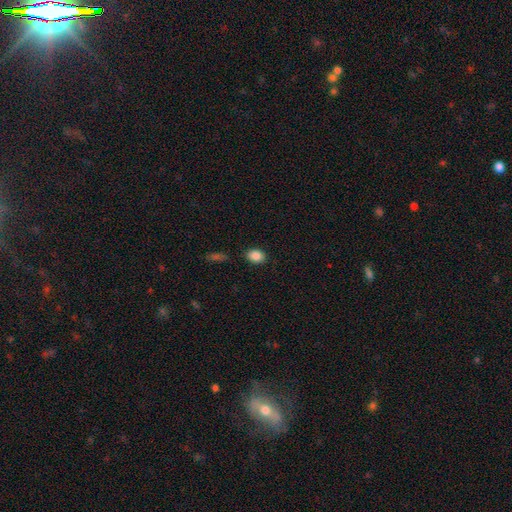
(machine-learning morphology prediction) type=smooth (87%); roundness=in between (65%); merging=none (86%).